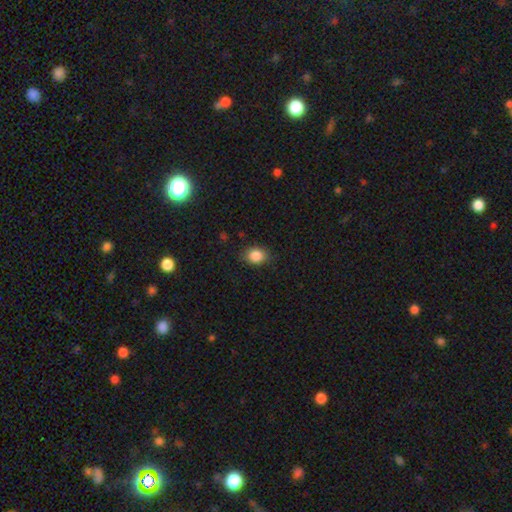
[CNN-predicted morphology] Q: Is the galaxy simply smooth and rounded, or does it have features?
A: smooth — 86%.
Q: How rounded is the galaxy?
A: in between — 50%.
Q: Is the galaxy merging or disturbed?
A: none — 82%.